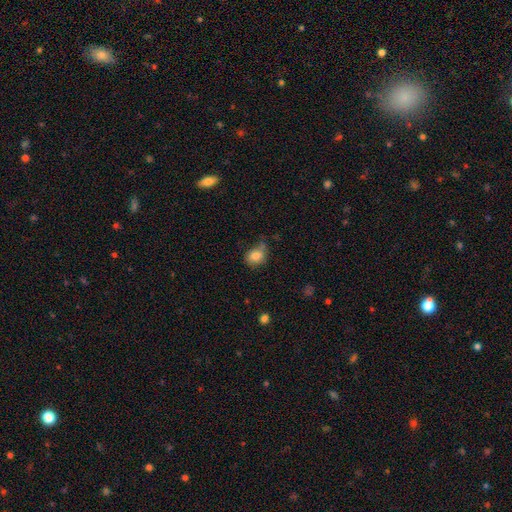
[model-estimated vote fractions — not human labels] This appears to be a smooth galaxy with no disk features (81%) that is round (51%). Merging: none (50%).